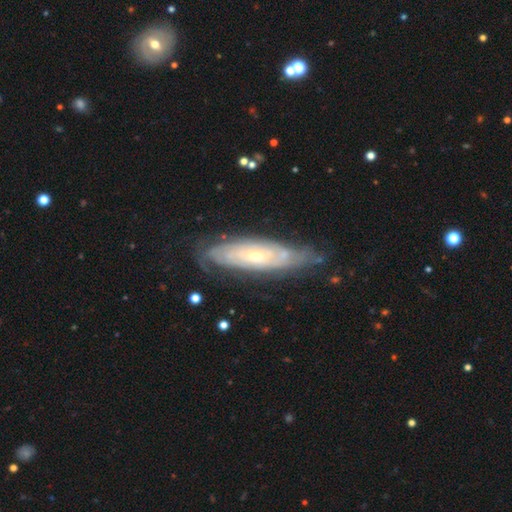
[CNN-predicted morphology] This appears to be a featured or disk galaxy (80%) with no bar (68%), tight (76%) spiral arms (91%) and a small central bulge (64%). Merging: none (72%).